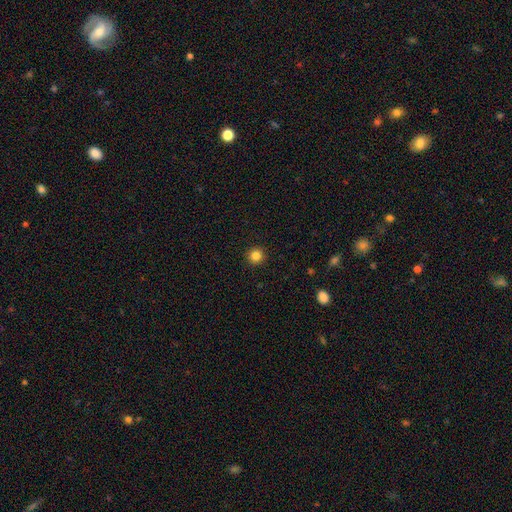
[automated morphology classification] Smooth or featured? Predicted: smooth (p=0.84). How rounded? Predicted: round (p=0.96). Merging? Predicted: none (p=0.93).